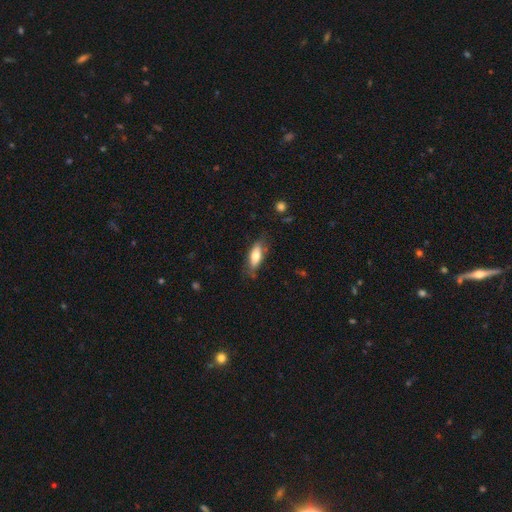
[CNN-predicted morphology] Smooth or featured?
  - smooth: 68% *
  - featured or disk: 25%
  - star or artifact: 6%
How rounded?
  - in between: 75% *
  - cigar-shaped: 22%
  - round: 3%
Merging?
  - none: 69% *
  - minor disturbance: 22%
  - major disturbance: 6%
  - merger: 2%